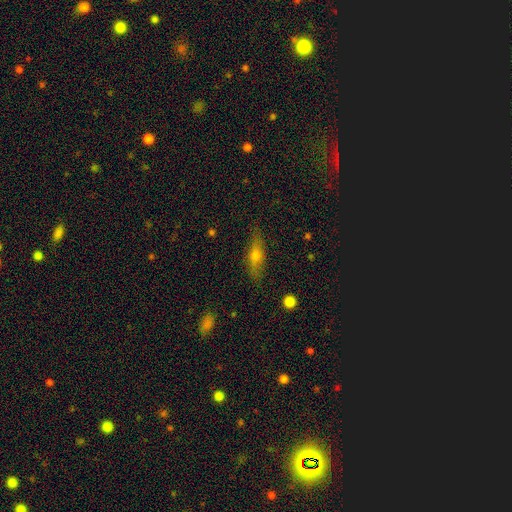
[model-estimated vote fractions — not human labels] This appears to be a smooth galaxy with no disk features (50%) that is cigar-shaped (58%). Merging: none (83%).